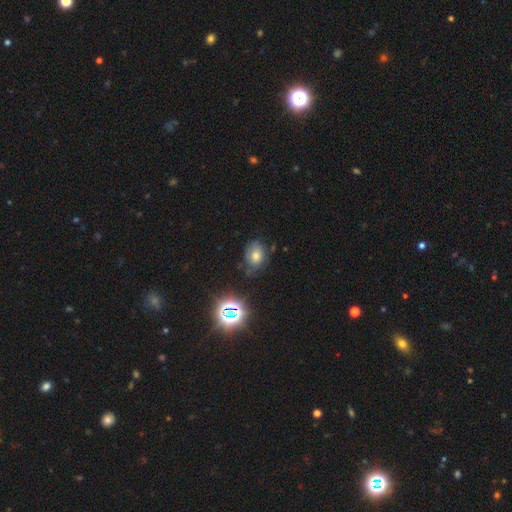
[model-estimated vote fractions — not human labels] Smooth or featured?
  - smooth: 67% *
  - star or artifact: 19%
  - featured or disk: 14%
How rounded?
  - in between: 70% *
  - round: 29%
  - cigar-shaped: 1%
Merging?
  - none: 67% *
  - minor disturbance: 23%
  - major disturbance: 6%
  - merger: 3%